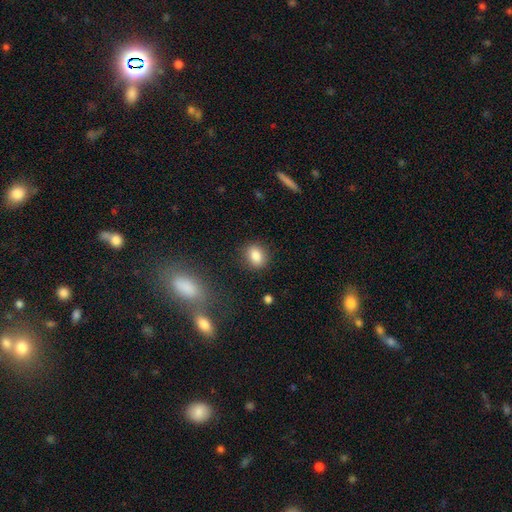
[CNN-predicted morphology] A smooth galaxy with no disk features (84%) that is in between round and cigar-shaped (50%). Merging: none (86%).